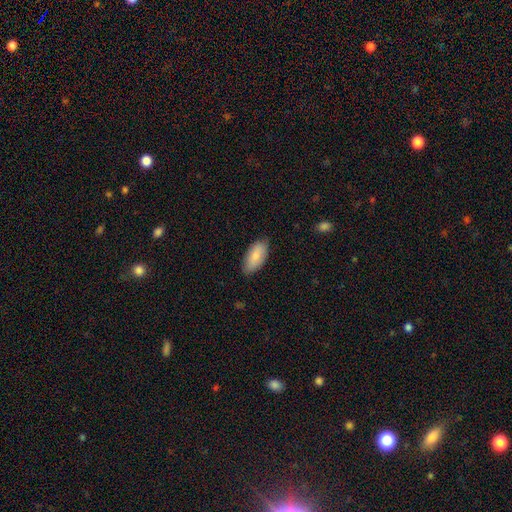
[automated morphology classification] Smooth or featured?
  - smooth: 84% *
  - featured or disk: 11%
  - star or artifact: 6%
How rounded?
  - in between: 92% *
  - cigar-shaped: 6%
  - round: 2%
Merging?
  - none: 80% *
  - minor disturbance: 16%
  - major disturbance: 2%
  - merger: 1%